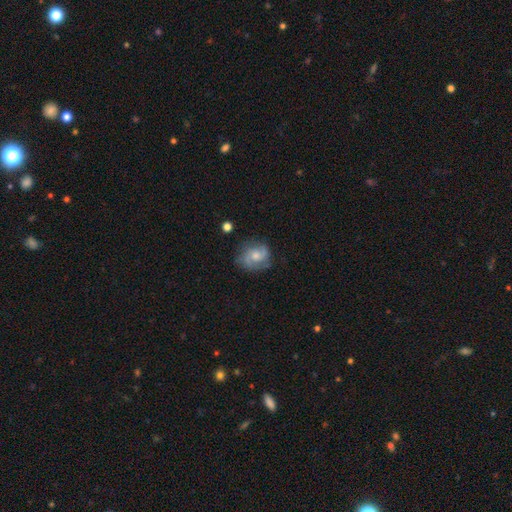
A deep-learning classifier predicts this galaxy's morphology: This appears to be a featured or disk galaxy (59%) with no bar (69%), 2 (58%) medium (46%) spiral arms (88%) and a moderate central bulge (53%). Merging: none (68%).